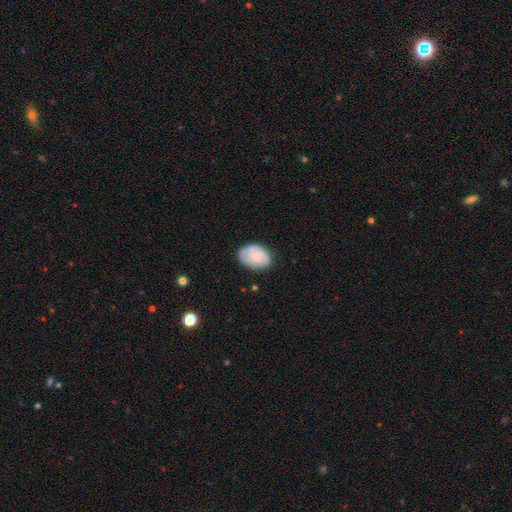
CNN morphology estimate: Q: Smooth or featured?
A: smooth (72%); runner-up: featured or disk (21%)
Q: How rounded?
A: in between (81%); runner-up: round (18%)
Q: Merging?
A: none (78%); runner-up: minor disturbance (17%)